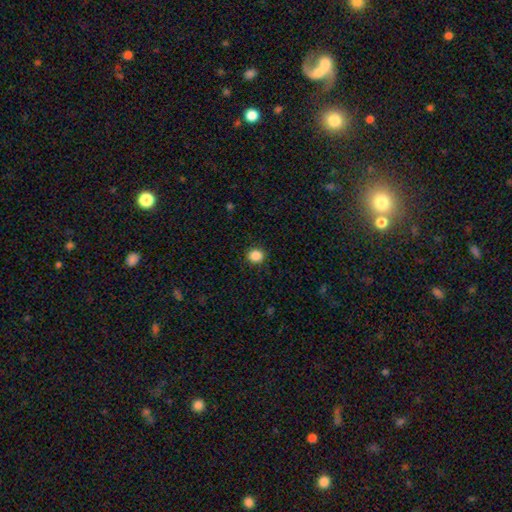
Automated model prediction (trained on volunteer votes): smooth 87%, star or artifact 10%, featured or disk 3%. Down the decision tree: how rounded — round (88%); merging — none (91%).